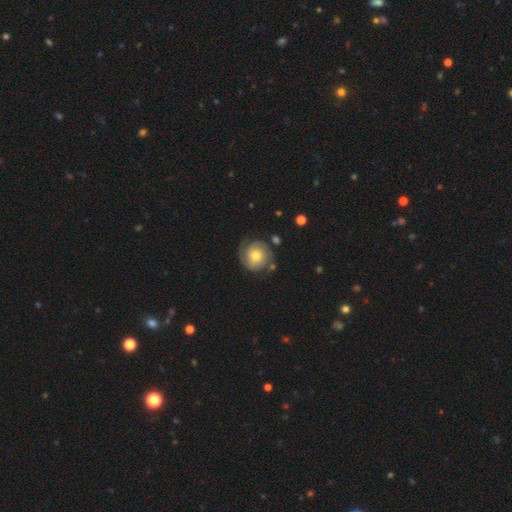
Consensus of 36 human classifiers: Morphology: type=featured or disk (78%); edge-on=no (100%); bar=no (64%); spiral arms=yes (86%); winding=tight (71%); arm count=2 (71%); bulge=moderate (57%); merging=none (69%).